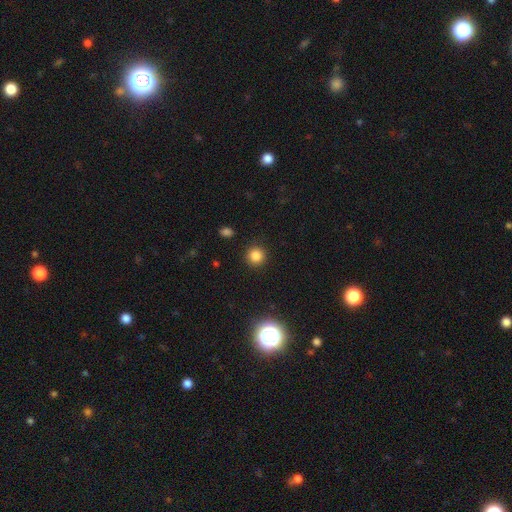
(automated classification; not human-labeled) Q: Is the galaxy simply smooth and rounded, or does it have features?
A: smooth — 83%.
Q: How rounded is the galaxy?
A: round — 93%.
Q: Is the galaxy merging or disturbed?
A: none — 91%.